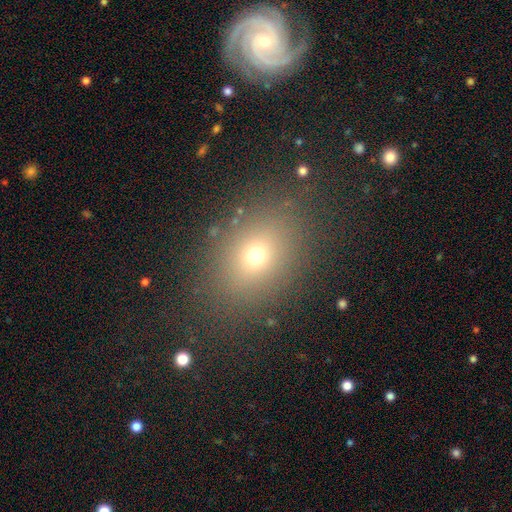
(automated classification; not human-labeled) This appears to be a smooth galaxy with no disk features (66%) that is in between round and cigar-shaped (55%). Merging: none (84%).